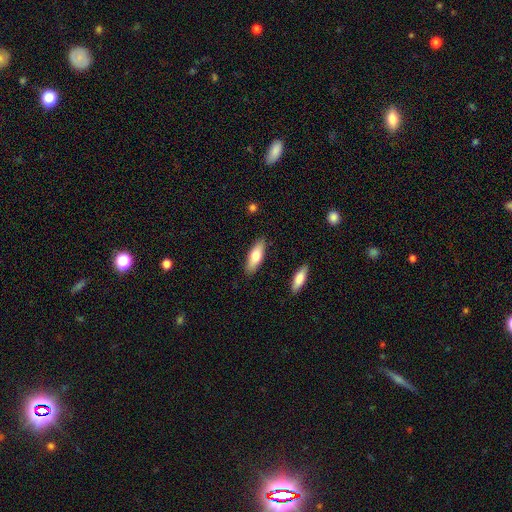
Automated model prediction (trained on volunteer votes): Smooth or featured: smooth — 71% (featured or disk — 23%)
How rounded: in between — 60% (cigar-shaped — 38%)
Merging: none — 87% (minor disturbance — 9%)